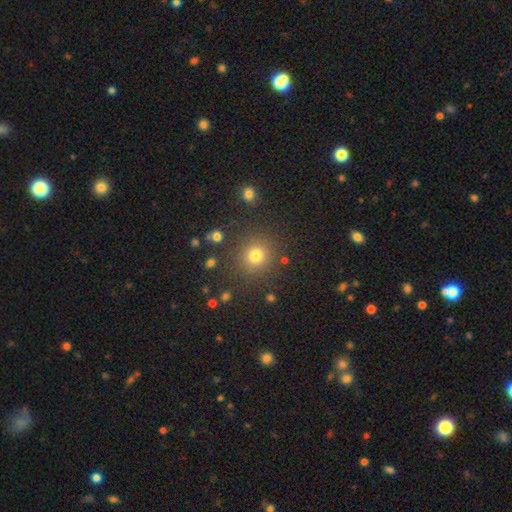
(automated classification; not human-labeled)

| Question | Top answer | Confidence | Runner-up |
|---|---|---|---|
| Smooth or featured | smooth | 77% | star or artifact (17%) |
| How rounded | round | 92% | in between (7%) |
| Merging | none | 85% | minor disturbance (8%) |